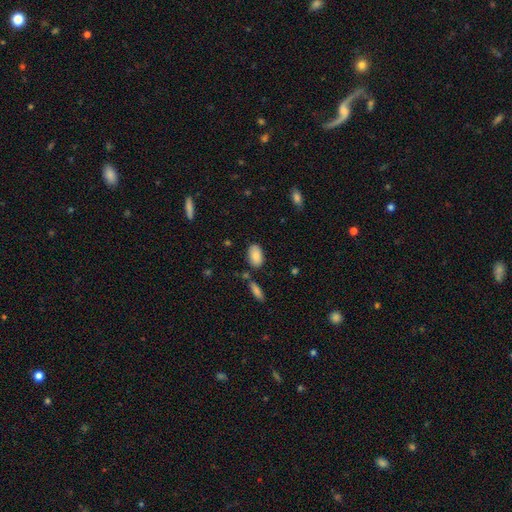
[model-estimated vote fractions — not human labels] smooth 86%, star or artifact 7%, featured or disk 7%. Down the decision tree: how rounded — in between (93%); merging — none (77%).